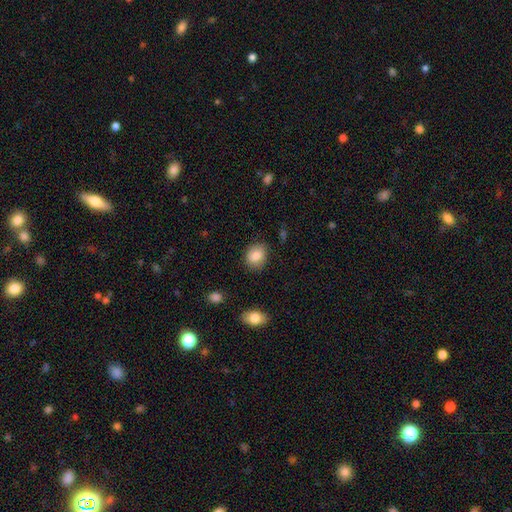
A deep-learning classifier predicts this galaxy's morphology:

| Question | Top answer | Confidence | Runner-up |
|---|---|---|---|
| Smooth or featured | smooth | 85% | star or artifact (8%) |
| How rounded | in between | 51% | round (48%) |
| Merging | none | 81% | minor disturbance (14%) |